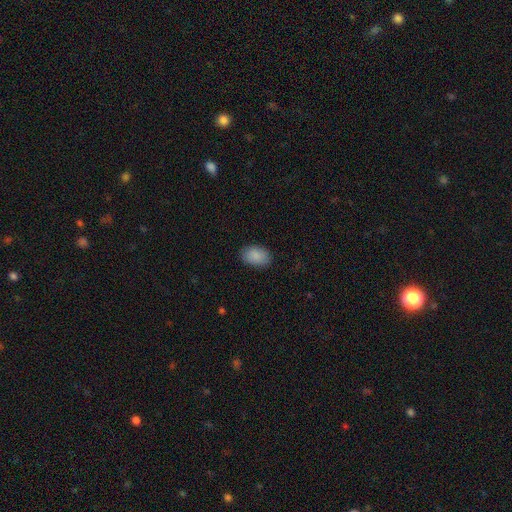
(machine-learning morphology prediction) This is clearly a smooth galaxy (89%). How rounded: clearly in between (87%). Merging: clearly none (86%).